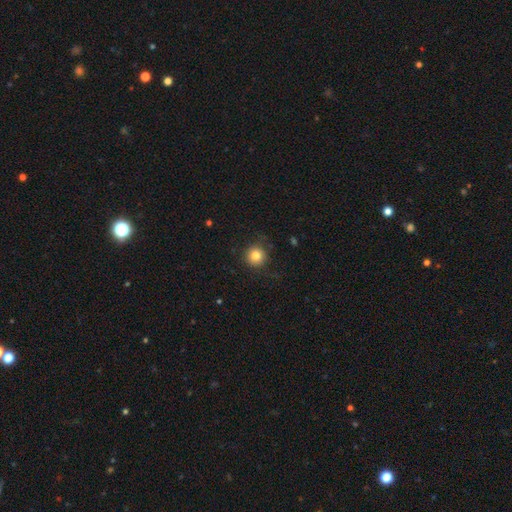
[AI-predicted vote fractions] Morphology: type=smooth (82%); roundness=round (95%); merging=none (84%).